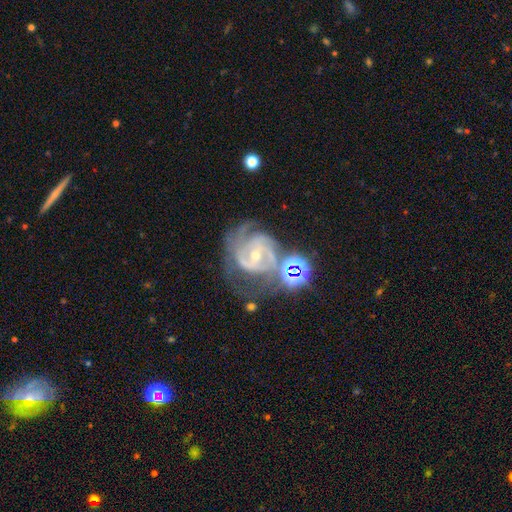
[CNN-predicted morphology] Smooth or featured?
  - featured or disk: 85% *
  - star or artifact: 9%
  - smooth: 6%
Edge-on disk?
  - no: 97% *
  - yes: 3%
Bar?
  - weak: 39% *
  - no: 36%
  - strong: 25%
Spiral arms?
  - yes: 95% *
  - no: 5%
Spiral winding?
  - tight: 47% *
  - medium: 43%
  - loose: 10%
Spiral arm count?
  - 2: 32% *
  - 3: 31%
  - can't tell: 21%
  - 4: 8%
  - 1: 5%
  - more than 4: 4%
Bulge size?
  - small: 58% *
  - moderate: 39%
  - large: 1%
  - none: 1%
  - dominant: 1%
Merging?
  - none: 46% *
  - major disturbance: 23%
  - minor disturbance: 21%
  - merger: 10%